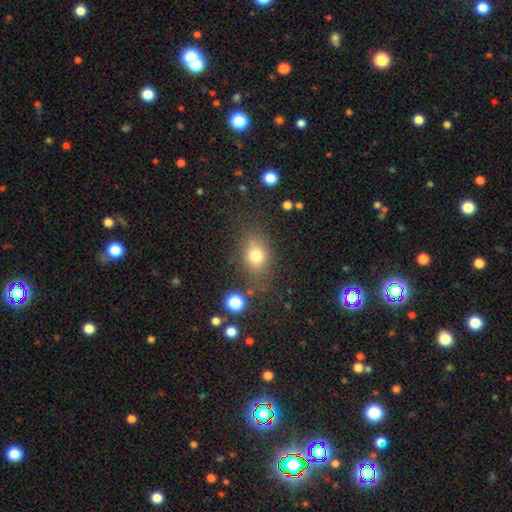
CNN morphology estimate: Smooth or featured? smooth (75%)
How rounded? in between (57%)
Merging? none (71%)